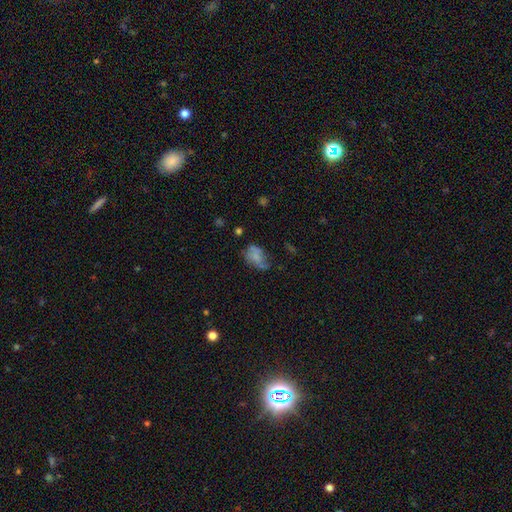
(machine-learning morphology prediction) Smooth or featured? Predicted: smooth (p=0.56). How rounded? Predicted: in between (p=0.80). Merging? Predicted: none (p=0.40).